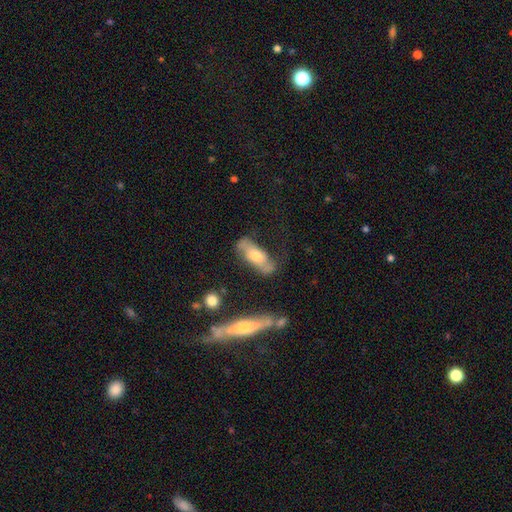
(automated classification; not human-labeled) The model was most divided on "smooth or featured": featured or disk: 52%, smooth: 41%, star or artifact: 7%. More confident: edge-on disk — no (66%); merging — none (58%).